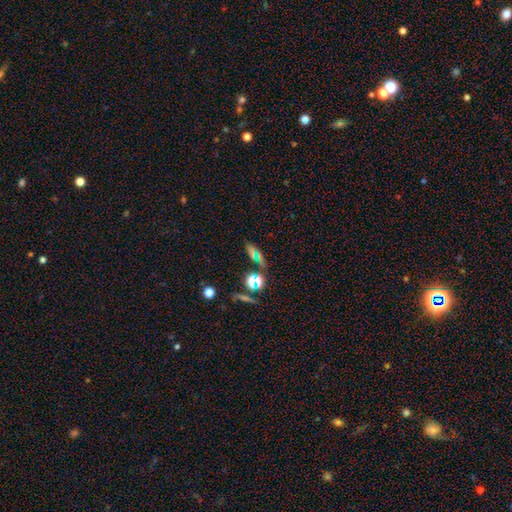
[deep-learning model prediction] Smooth or featured?
  - smooth: 47% *
  - star or artifact: 38%
  - featured or disk: 16%
Merging?
  - none: 66% *
  - minor disturbance: 14%
  - merger: 11%
  - major disturbance: 8%